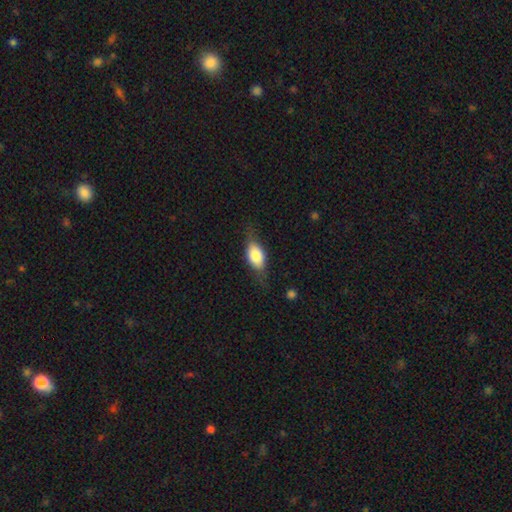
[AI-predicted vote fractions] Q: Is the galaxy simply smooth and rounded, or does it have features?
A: smooth — 66%.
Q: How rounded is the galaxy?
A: in between — 83%.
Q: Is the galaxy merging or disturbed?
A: none — 66%.